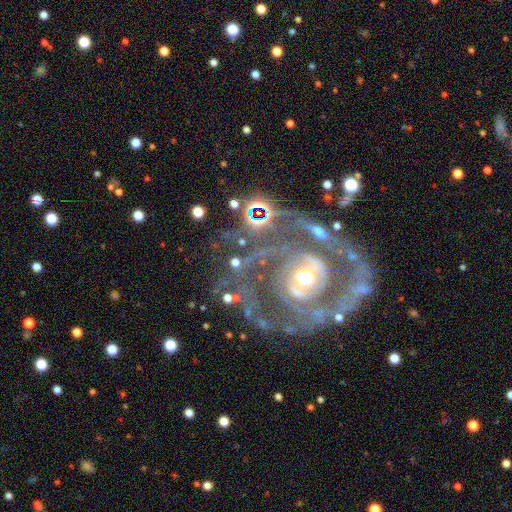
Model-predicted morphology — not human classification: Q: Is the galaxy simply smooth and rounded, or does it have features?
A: featured or disk — 84%.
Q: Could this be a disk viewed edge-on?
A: no — 97%.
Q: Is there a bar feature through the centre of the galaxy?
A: no — 75%.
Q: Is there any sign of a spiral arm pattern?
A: yes — 72%.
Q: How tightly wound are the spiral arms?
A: tight — 60%.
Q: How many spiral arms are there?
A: can't tell — 31%, tied with 2.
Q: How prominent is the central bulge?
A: moderate — 50%.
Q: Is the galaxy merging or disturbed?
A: none — 59%.